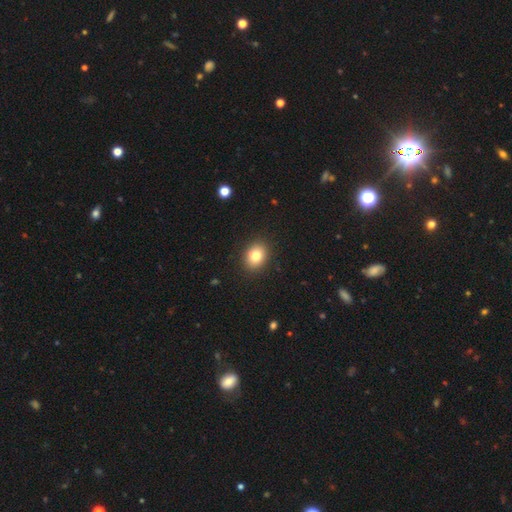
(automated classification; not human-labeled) A smooth galaxy with no disk features (81%) that is in between round and cigar-shaped (51%).

Vote fractions:
- Smooth or featured? smooth: 81% / star or artifact: 10% / featured or disk: 9%
- How rounded? in between: 51% / round: 48% / cigar-shaped: 1%
- Merging? none: 90% / minor disturbance: 7% / major disturbance: 2% / merger: 1%